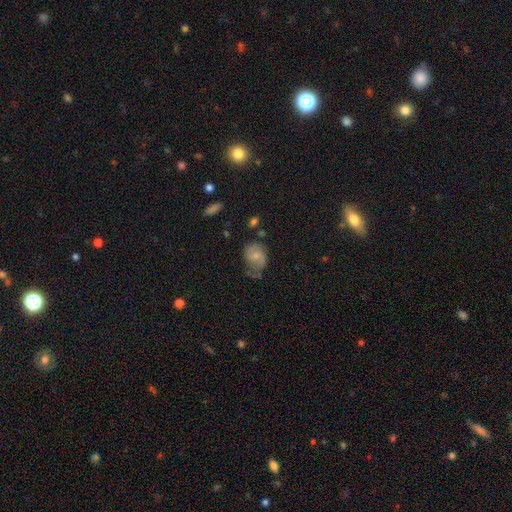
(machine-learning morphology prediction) A smooth galaxy with no disk features (52%) that is in between round and cigar-shaped (52%).

Vote fractions:
- Smooth or featured? smooth: 52% / featured or disk: 40% / star or artifact: 9%
- How rounded? in between: 52% / round: 47% / cigar-shaped: 1%
- Merging? none: 44% / minor disturbance: 32% / major disturbance: 19% / merger: 4%